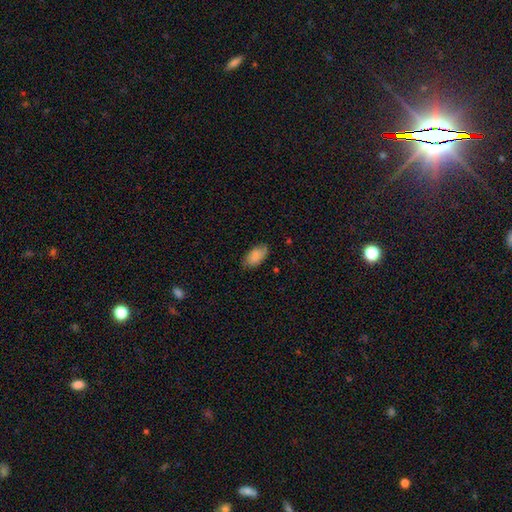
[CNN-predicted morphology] Smooth or featured? Predicted: smooth (p=0.83). How rounded? Predicted: in between (p=0.94). Merging? Predicted: none (p=0.73).